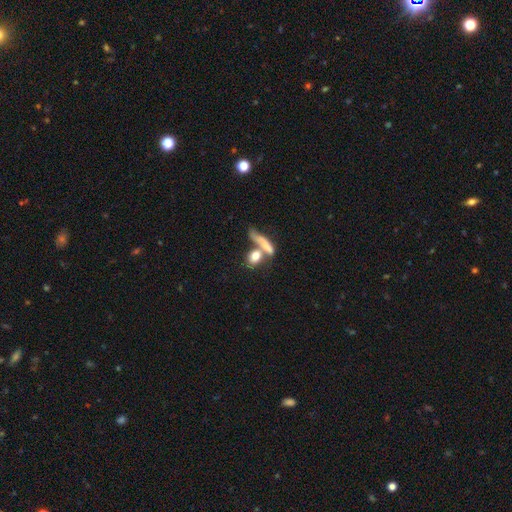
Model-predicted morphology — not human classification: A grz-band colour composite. It shows a smooth galaxy with no disk features (72%) that is in between round and cigar-shaped (57%). Merging: merger (48%).